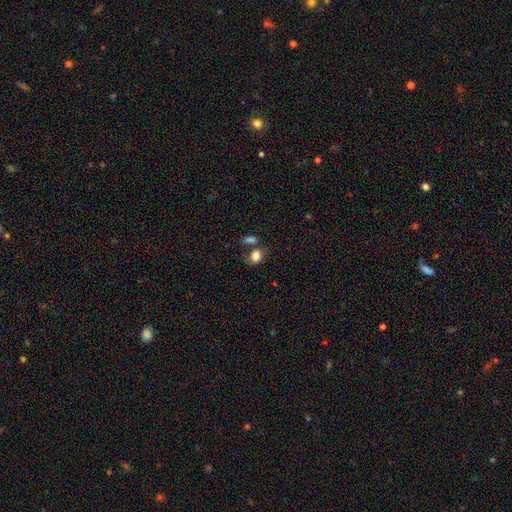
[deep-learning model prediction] A smooth galaxy with no disk features (82%) that is in between round and cigar-shaped (68%). Merging: none (47%).